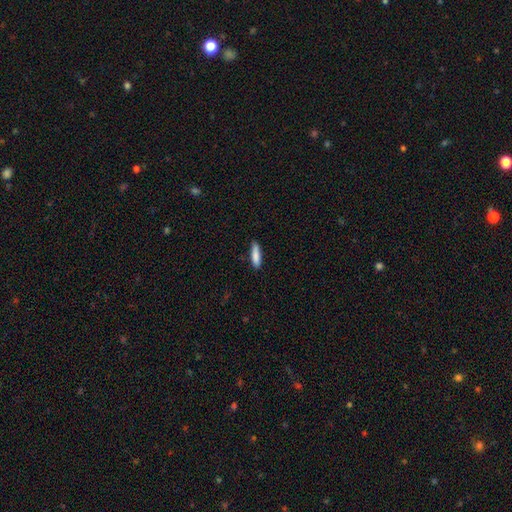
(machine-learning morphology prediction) Q: Smooth or featured?
A: smooth (85%); runner-up: featured or disk (9%)
Q: How rounded?
A: cigar-shaped (69%); runner-up: in between (30%)
Q: Merging?
A: none (83%); runner-up: minor disturbance (14%)